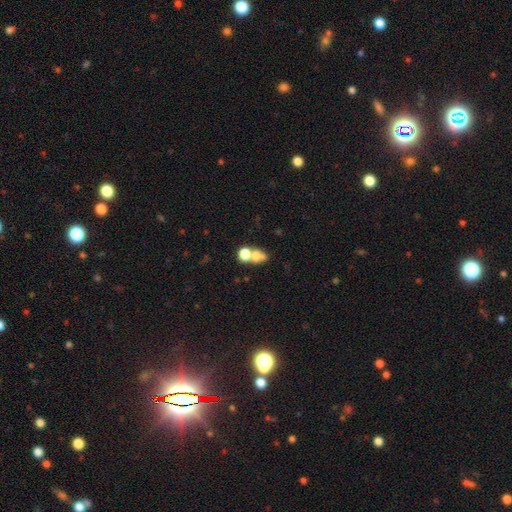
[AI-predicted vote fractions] Overall: smooth (67%). How rounded: in between (50%; round 49%). Merging: merger (61%; none 26%).